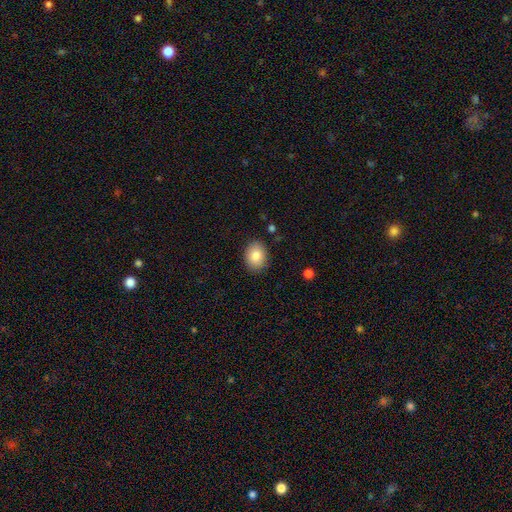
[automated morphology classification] Smooth or featured: smooth — 84% (featured or disk — 9%)
How rounded: in between — 64% (round — 35%)
Merging: none — 87% (minor disturbance — 9%)